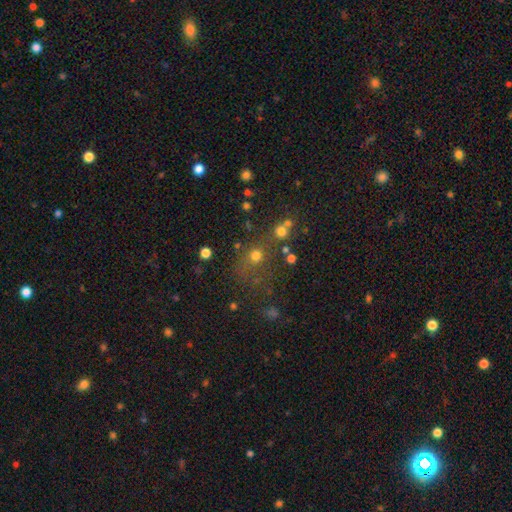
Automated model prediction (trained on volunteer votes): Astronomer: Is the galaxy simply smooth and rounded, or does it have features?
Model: smooth — 68%.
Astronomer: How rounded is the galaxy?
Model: round — 85%.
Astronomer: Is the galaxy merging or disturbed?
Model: none — 62%.